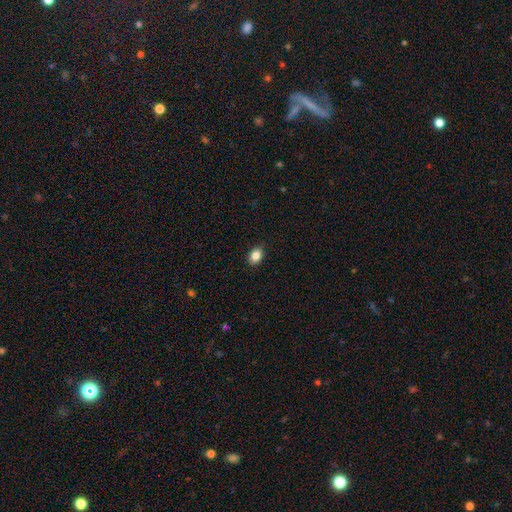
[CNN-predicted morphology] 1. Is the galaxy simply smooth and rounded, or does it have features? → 85% smooth, 9% star or artifact, 6% featured or disk.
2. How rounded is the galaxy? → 74% in between, 25% round, 1% cigar-shaped.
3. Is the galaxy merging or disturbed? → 88% none, 9% minor disturbance, 2% major disturbance, 1% merger.